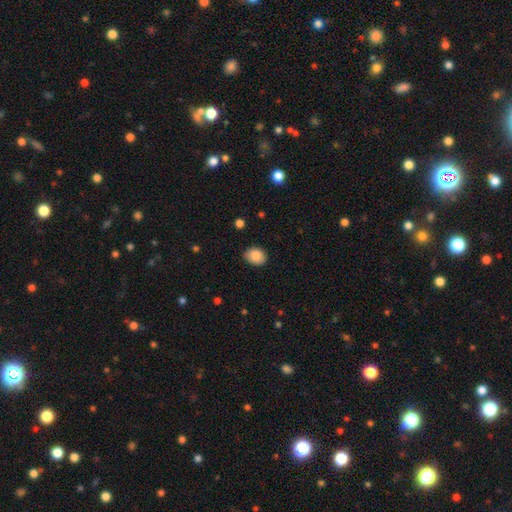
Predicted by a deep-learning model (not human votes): Smooth or featured? Predicted: smooth (p=0.88). How rounded? Predicted: in between (p=0.56). Merging? Predicted: none (p=0.83).